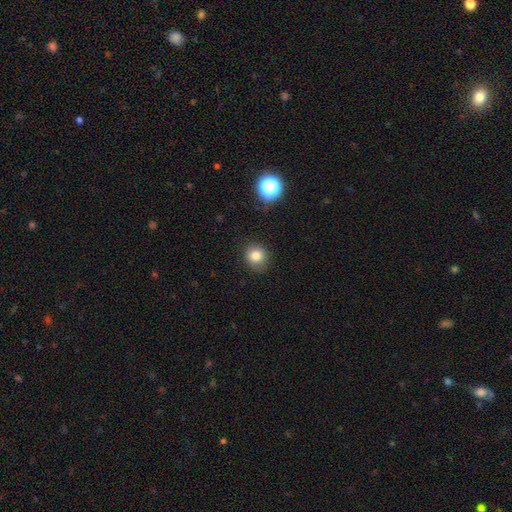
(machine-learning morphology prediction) smooth-or-featured: smooth: 81% | star or artifact: 13% | featured or disk: 6%
  how-rounded: round: 87% | in between: 12% | cigar-shaped: 1%
  merging: none: 85% | minor disturbance: 11% | major disturbance: 3% | merger: 1%